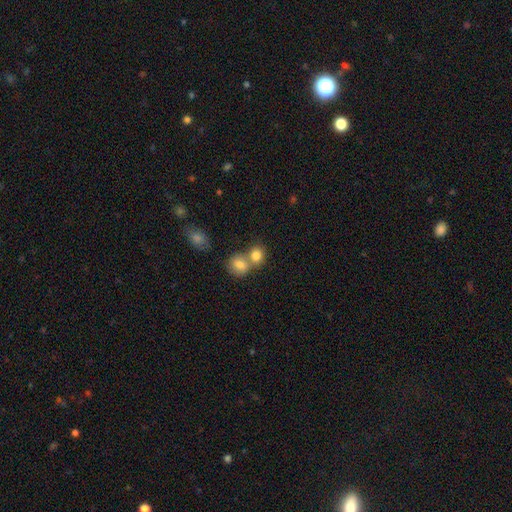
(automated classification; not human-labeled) Smooth or featured? Predicted: smooth (p=0.82). How rounded? Predicted: round (p=0.71). Merging? Predicted: merger (p=0.52).